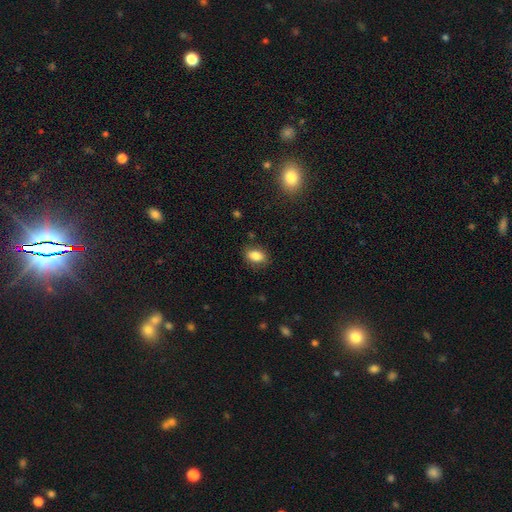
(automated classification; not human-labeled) A smooth galaxy with no disk features (83%) that is in between round and cigar-shaped (81%). Merging: none (83%).